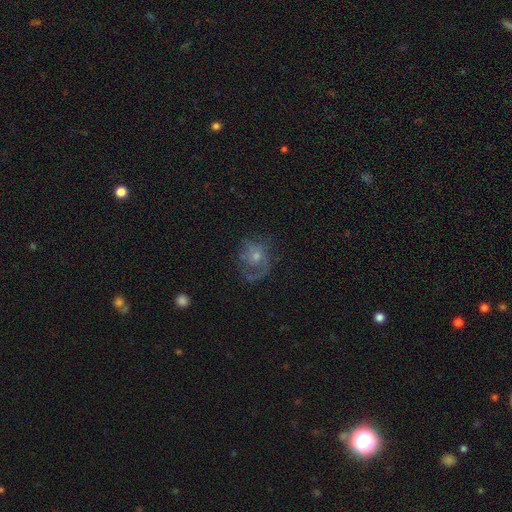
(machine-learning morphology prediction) Smooth or featured: featured or disk — 66% (smooth — 23%)
Edge-on disk: no — 97% (yes — 3%)
Bar: no — 77% (weak — 20%)
Spiral arms: yes — 80% (no — 20%)
Spiral winding: medium — 42% (tight — 31%)
Spiral arm count: 1 — 45% (2 — 28%)
Bulge size: small — 52% (moderate — 41%)
Merging: none — 55% (major disturbance — 23%)